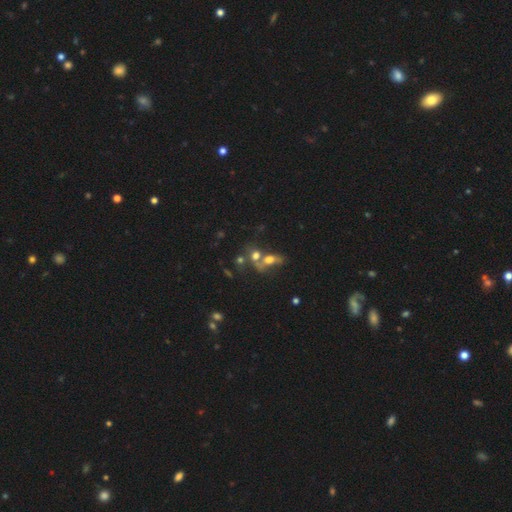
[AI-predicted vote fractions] Smooth or featured? smooth (57%)
How rounded? in between (50%)
Merging? merger (56%)